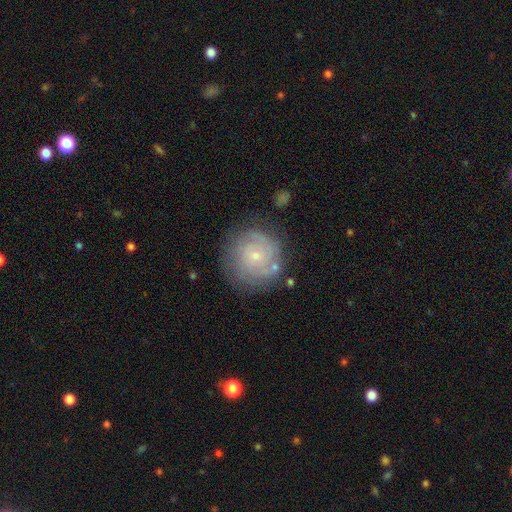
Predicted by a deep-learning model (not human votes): This is likely a featured or disk galaxy (62%). It is clearly not viewed edge-on (98%). Bar: clearly no (81%). Spiral arm pattern: clearly yes (84%). Spiral arm count: possibly can't tell (48%). Spiral winding: likely tight (73%). Central bulge: likely small (77%). Merging: likely none (74%).